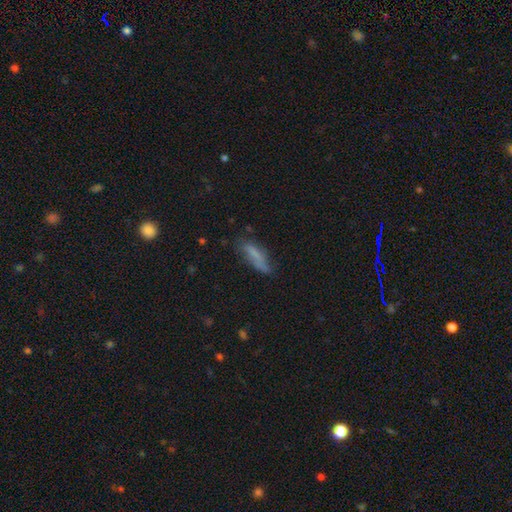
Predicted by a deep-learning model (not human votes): The model was most divided on "how rounded": cigar-shaped: 61%, in between: 37%, round: 2%. More confident: smooth or featured — smooth (68%); merging — none (56%).